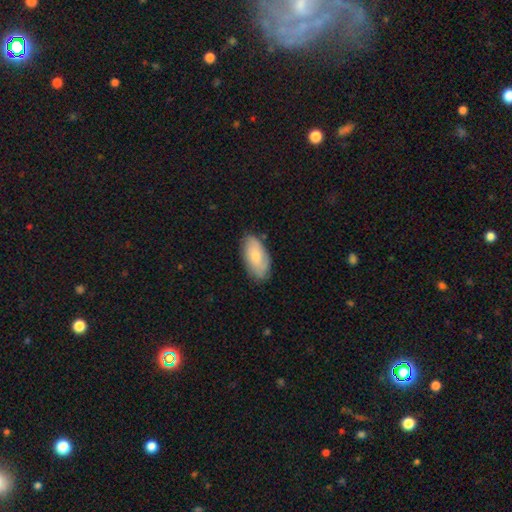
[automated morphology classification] Smooth or featured?
  - smooth: 70% *
  - featured or disk: 24%
  - star or artifact: 6%
How rounded?
  - in between: 93% *
  - cigar-shaped: 4%
  - round: 2%
Merging?
  - none: 78% *
  - minor disturbance: 18%
  - major disturbance: 3%
  - merger: 1%